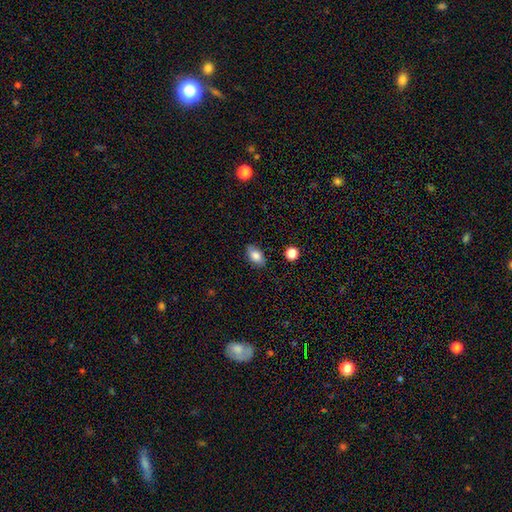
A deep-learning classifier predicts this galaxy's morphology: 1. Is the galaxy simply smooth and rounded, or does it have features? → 81% smooth, 10% featured or disk, 8% star or artifact.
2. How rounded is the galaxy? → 87% in between, 10% round, 3% cigar-shaped.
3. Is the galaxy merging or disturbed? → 82% none, 13% minor disturbance, 3% major disturbance, 2% merger.